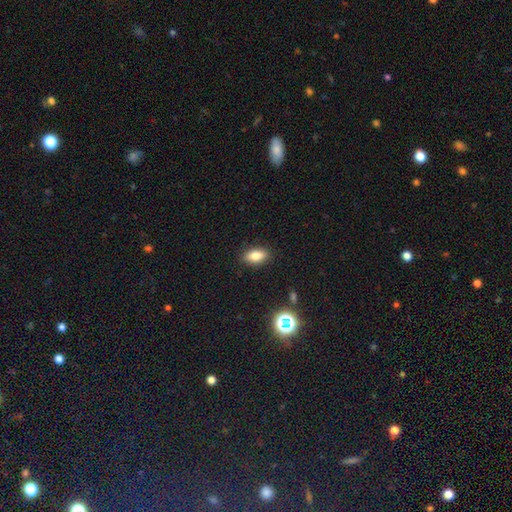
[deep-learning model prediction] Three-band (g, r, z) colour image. It shows a smooth galaxy with no disk features (82%) that is in between round and cigar-shaped (87%). Merging: none (88%).